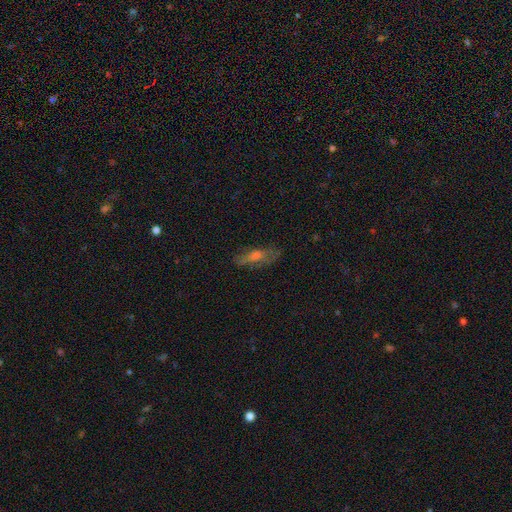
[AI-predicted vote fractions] The model was most divided on "smooth or featured": smooth: 46%, featured or disk: 41%, star or artifact: 13%. More confident: merging — none (70%).